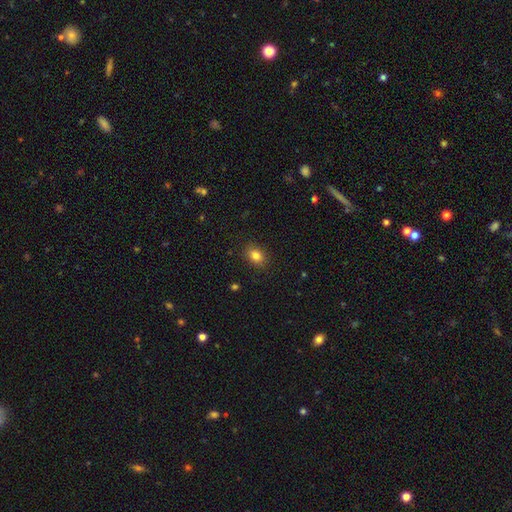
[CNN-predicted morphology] Smooth or featured? smooth (83%)
How rounded? in between (60%)
Merging? none (88%)